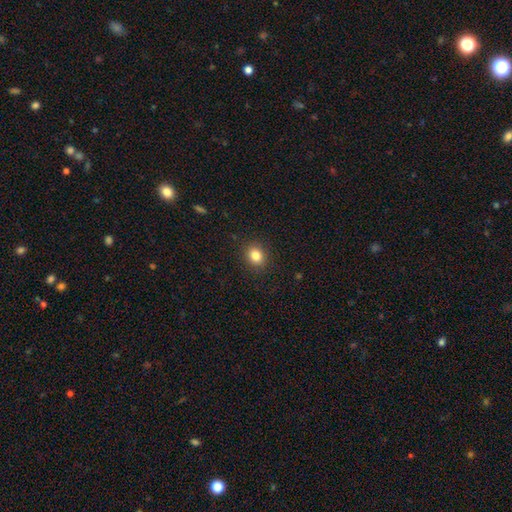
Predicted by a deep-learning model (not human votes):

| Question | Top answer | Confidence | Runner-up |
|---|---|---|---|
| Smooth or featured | smooth | 83% | star or artifact (11%) |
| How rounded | round | 64% | in between (35%) |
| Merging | none | 89% | minor disturbance (7%) |